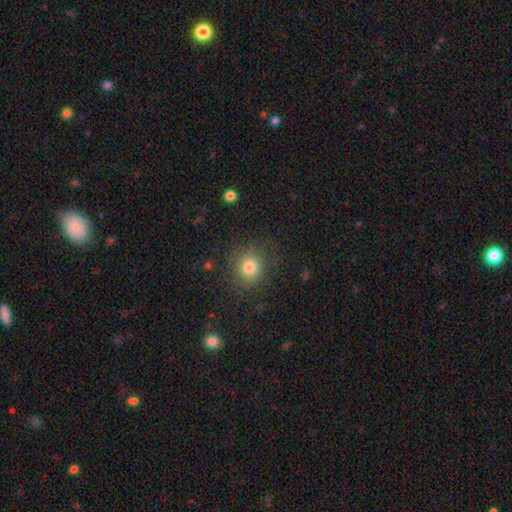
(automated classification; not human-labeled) The model was most divided on "smooth or featured": smooth: 73%, star or artifact: 21%, featured or disk: 6%. More confident: merging — none (90%); how rounded — round (86%).